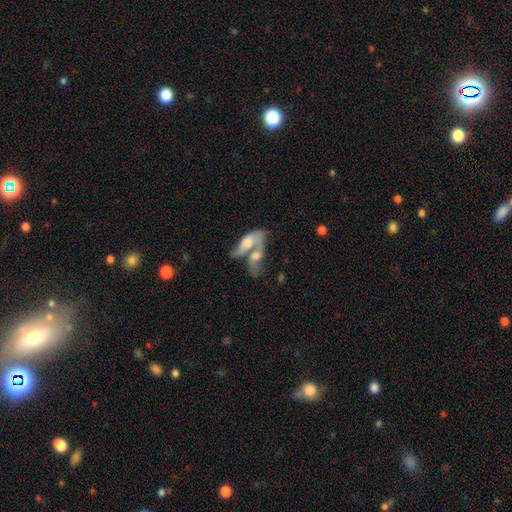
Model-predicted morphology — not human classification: Smooth or featured: featured or disk — 49% (smooth — 43%)
Merging: merger — 74% (none — 13%)